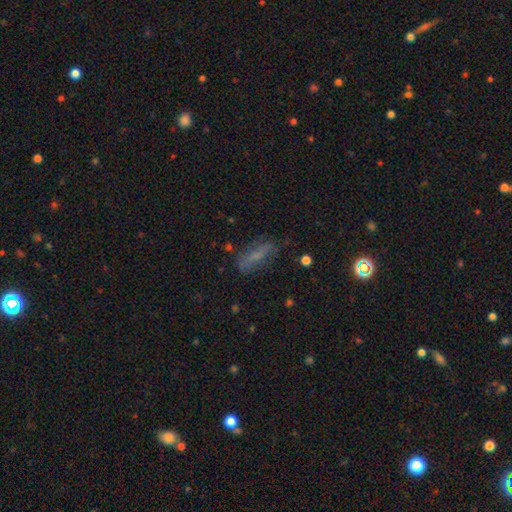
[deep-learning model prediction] Overall: smooth (57%; featured or disk 29%). How rounded: cigar-shaped (59%; in between 37%). Merging: none (67%).